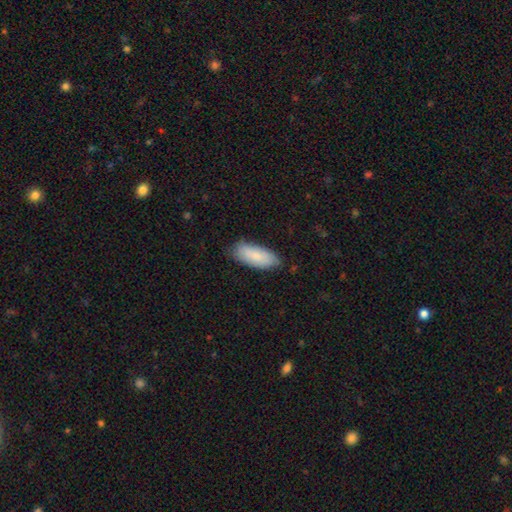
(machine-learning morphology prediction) This is clearly a smooth galaxy (83%). How rounded: clearly in between (83%). Merging: likely none (78%).